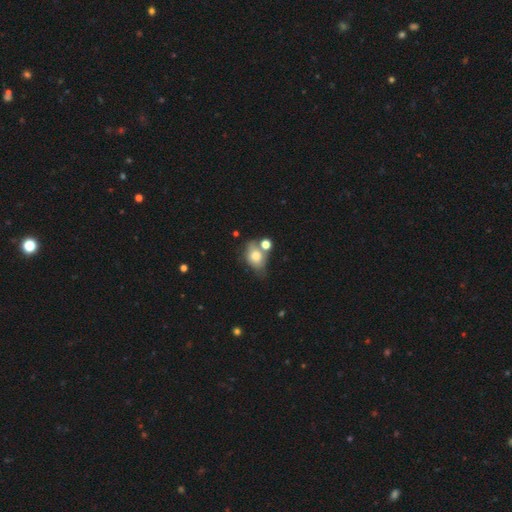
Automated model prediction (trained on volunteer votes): Overall: smooth (73%). How rounded: in between (70%). Merging: none (43%; minor disturbance 24%).